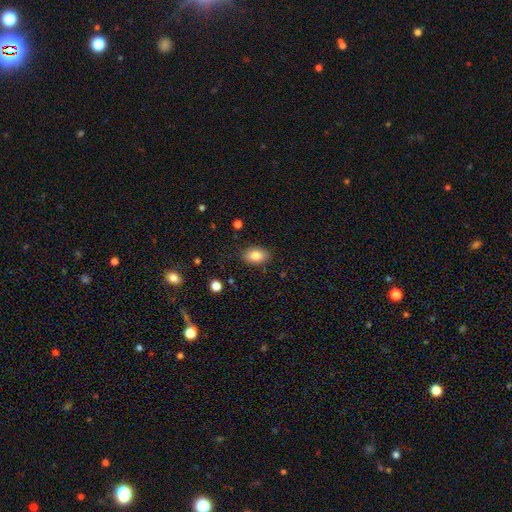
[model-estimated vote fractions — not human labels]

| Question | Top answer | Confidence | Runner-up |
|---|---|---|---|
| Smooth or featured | smooth | 84% | star or artifact (8%) |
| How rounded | in between | 87% | round (11%) |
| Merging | none | 85% | minor disturbance (11%) |